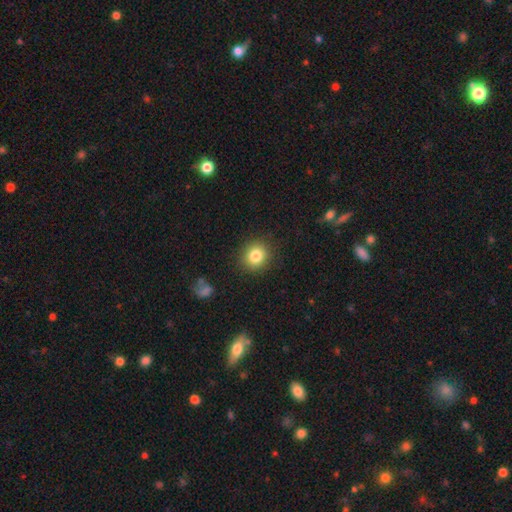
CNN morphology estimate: smooth-or-featured: smooth: 82% | star or artifact: 11% | featured or disk: 7%
  how-rounded: round: 83% | in between: 16% | cigar-shaped: 1%
  merging: none: 88% | minor disturbance: 8% | major disturbance: 3% | merger: 1%